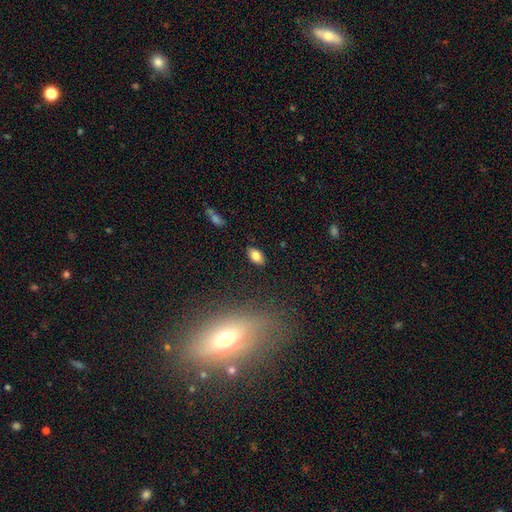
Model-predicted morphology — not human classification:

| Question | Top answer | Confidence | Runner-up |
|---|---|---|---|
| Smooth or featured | smooth | 82% | featured or disk (10%) |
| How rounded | in between | 91% | round (6%) |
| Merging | none | 87% | minor disturbance (9%) |